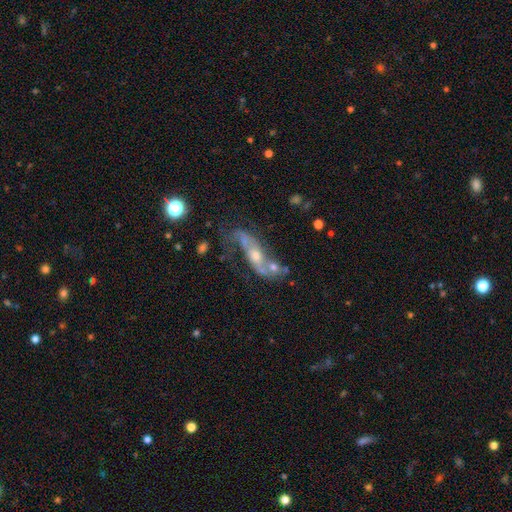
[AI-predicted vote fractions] This appears to be a featured or disk galaxy (73%) with no bar (60%), spiral arms (77%) and a moderate central bulge (55%). Merging: none (40%).